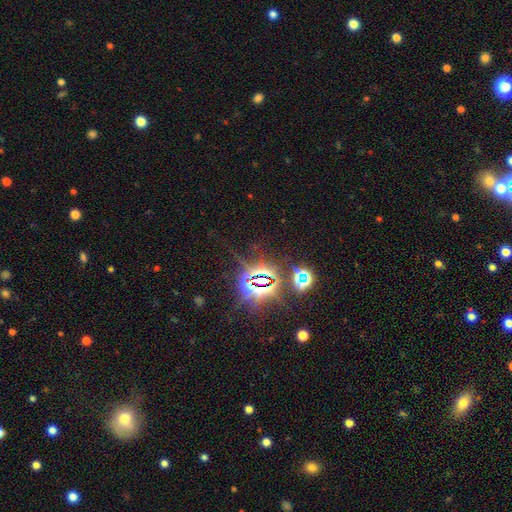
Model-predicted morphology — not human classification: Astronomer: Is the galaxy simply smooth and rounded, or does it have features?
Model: star or artifact — 83%.